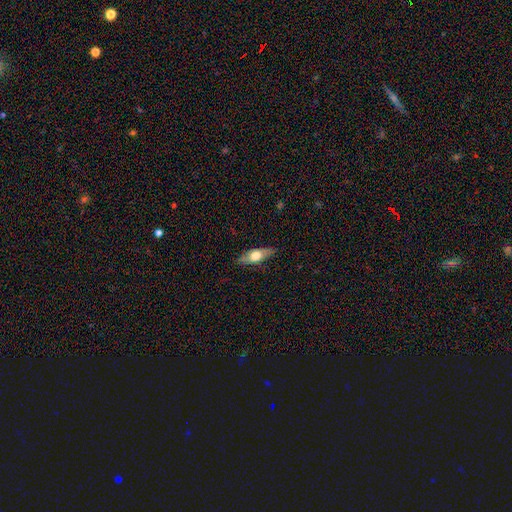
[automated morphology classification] This appears to be a smooth galaxy with no disk features (54%) that is in between round and cigar-shaped (63%). Merging: none (82%).